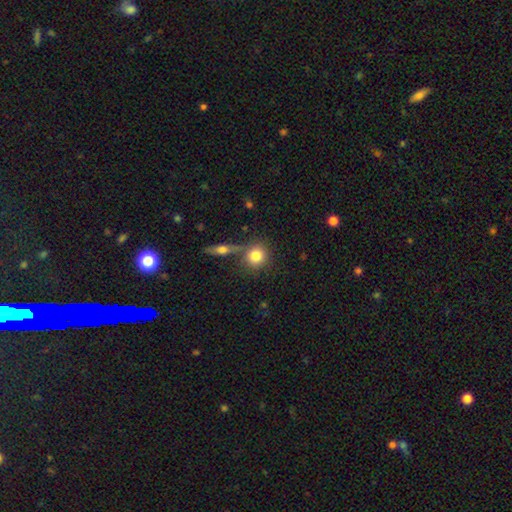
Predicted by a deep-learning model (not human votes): Smooth or featured? smooth (80%)
How rounded? round (87%)
Merging? none (63%)